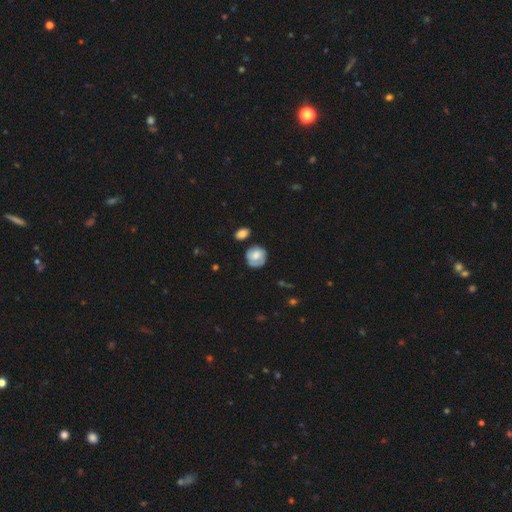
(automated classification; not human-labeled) Morphology: type=smooth (61%); roundness=round (83%); merging=none (64%).